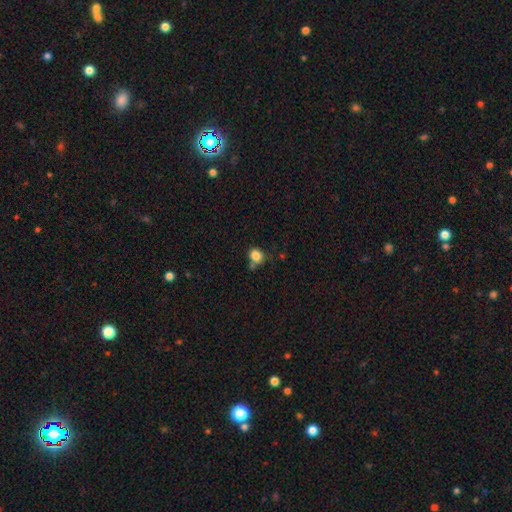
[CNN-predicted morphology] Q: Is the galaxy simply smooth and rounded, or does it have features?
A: smooth — 84%.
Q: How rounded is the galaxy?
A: round — 73%.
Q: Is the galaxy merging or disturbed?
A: none — 61%.